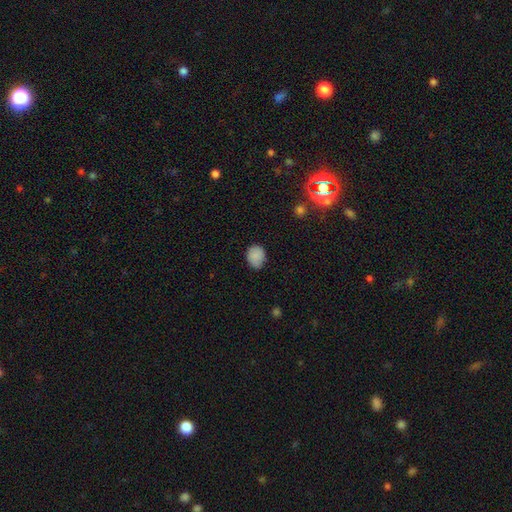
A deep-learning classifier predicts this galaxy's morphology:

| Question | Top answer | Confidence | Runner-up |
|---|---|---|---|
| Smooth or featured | smooth | 85% | star or artifact (9%) |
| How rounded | round | 53% | in between (46%) |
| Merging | none | 74% | minor disturbance (21%) |